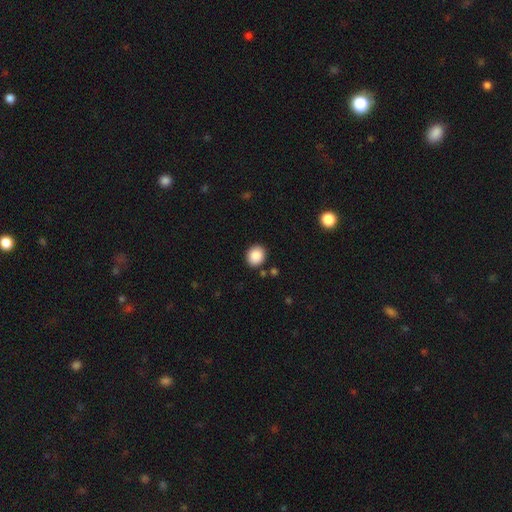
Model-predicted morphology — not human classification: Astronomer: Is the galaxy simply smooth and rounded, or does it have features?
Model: smooth — 89%.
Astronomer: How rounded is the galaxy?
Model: round — 68%.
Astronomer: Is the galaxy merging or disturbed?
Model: none — 87%.